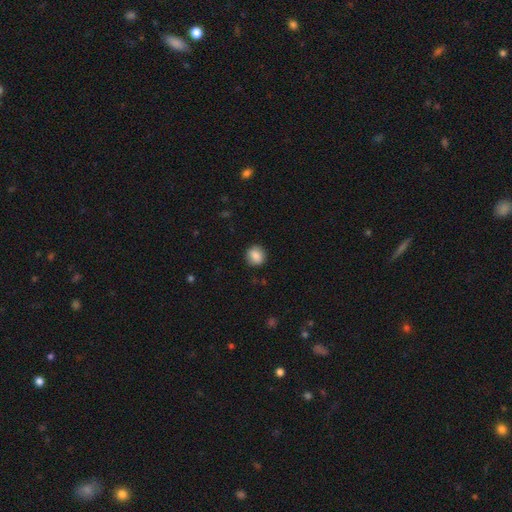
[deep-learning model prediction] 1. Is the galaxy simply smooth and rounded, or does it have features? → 85% smooth, 8% star or artifact, 7% featured or disk.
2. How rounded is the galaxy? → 85% round, 14% in between, 1% cigar-shaped.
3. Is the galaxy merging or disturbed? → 89% none, 8% minor disturbance, 2% major disturbance, 1% merger.